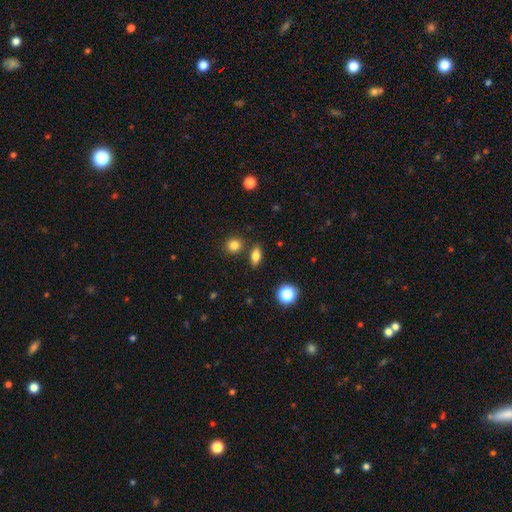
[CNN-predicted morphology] Overall: smooth (79%). How rounded: in between (78%). Merging: none (82%).